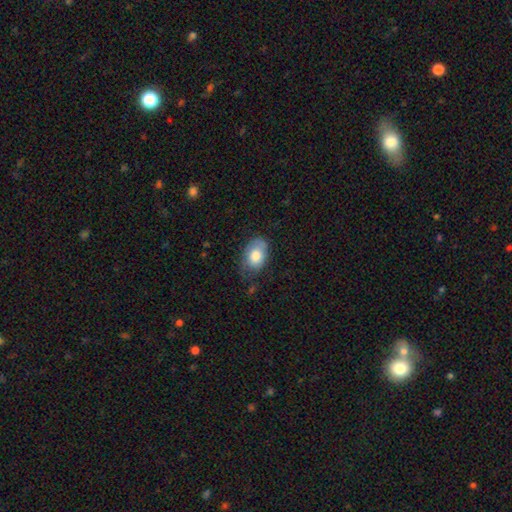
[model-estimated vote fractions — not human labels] smooth-or-featured: smooth: 76% | featured or disk: 17% | star or artifact: 7%
  how-rounded: in between: 87% | round: 11% | cigar-shaped: 1%
  merging: none: 57% | minor disturbance: 32% | major disturbance: 10% | merger: 2%